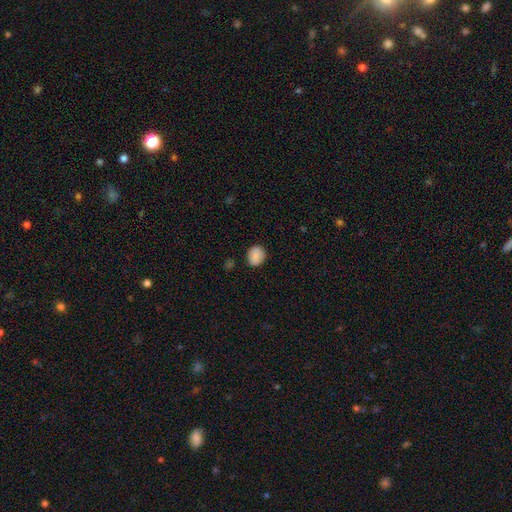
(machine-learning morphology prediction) This appears to be a smooth galaxy with no disk features (87%) that is round (63%). Merging: none (84%).